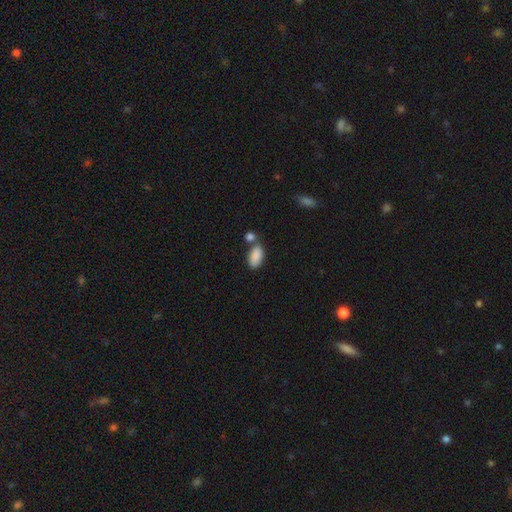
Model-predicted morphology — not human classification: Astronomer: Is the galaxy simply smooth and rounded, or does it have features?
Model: smooth — 88%.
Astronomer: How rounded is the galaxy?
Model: in between — 93%.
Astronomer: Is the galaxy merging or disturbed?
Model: none — 58%.